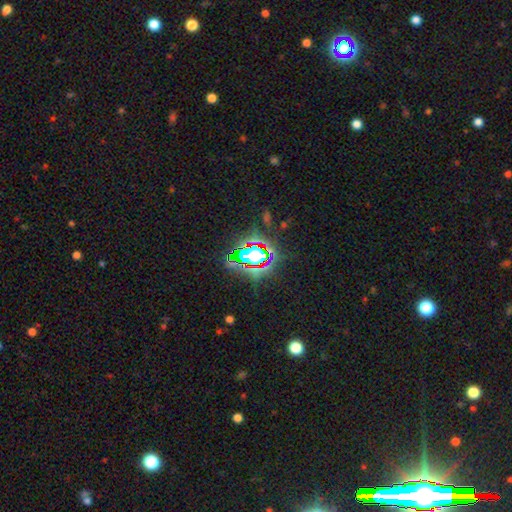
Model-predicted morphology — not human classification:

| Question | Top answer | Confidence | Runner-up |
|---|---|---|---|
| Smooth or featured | star or artifact | 78% | smooth (12%) |